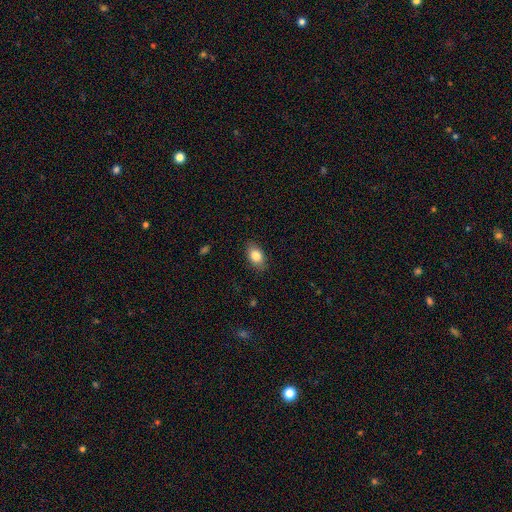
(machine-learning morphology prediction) This is clearly a smooth galaxy (83%). How rounded: clearly in between (87%). Merging: clearly none (85%).